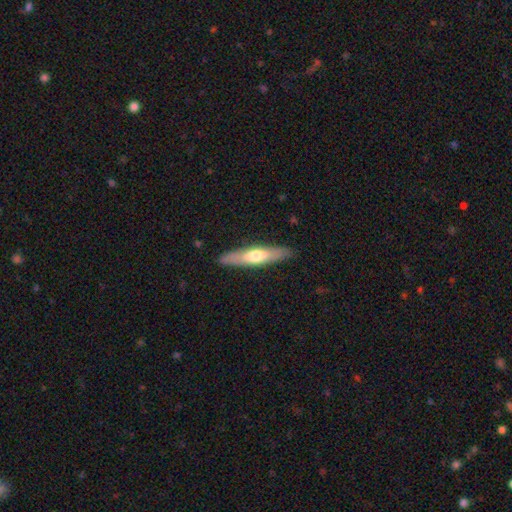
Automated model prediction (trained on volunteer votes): Morphology: type=smooth (49%); merging=none (89%).